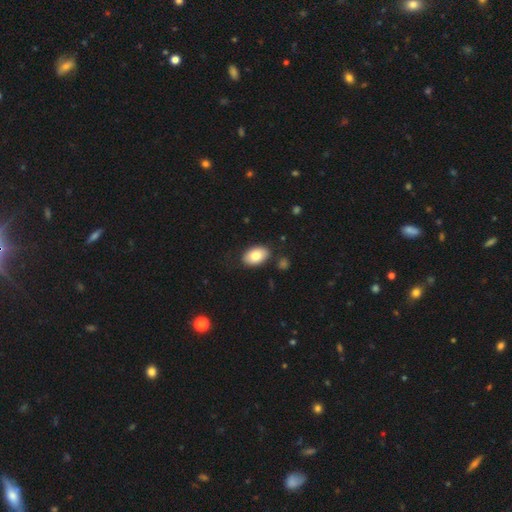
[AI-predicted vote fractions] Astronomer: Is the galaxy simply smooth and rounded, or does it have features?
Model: smooth — 80%.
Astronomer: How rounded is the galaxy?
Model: in between — 91%.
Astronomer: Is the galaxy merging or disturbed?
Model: none — 83%.